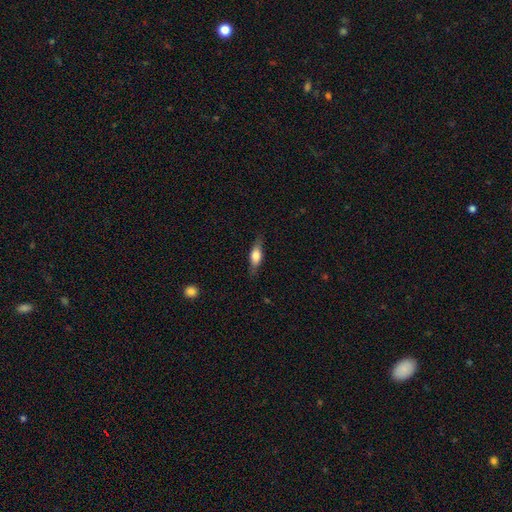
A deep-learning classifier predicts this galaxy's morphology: Smooth or featured?
  - smooth: 61% *
  - featured or disk: 32%
  - star or artifact: 7%
How rounded?
  - in between: 59% *
  - cigar-shaped: 37%
  - round: 4%
Merging?
  - none: 79% *
  - minor disturbance: 16%
  - major disturbance: 4%
  - merger: 1%